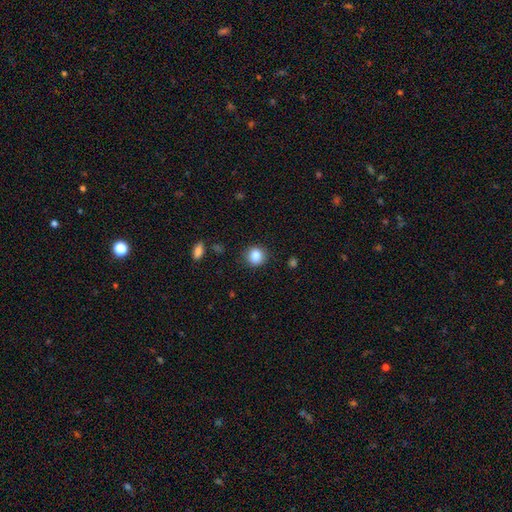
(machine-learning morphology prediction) Overall: smooth (87%). How rounded: round (85%). Merging: none (87%).